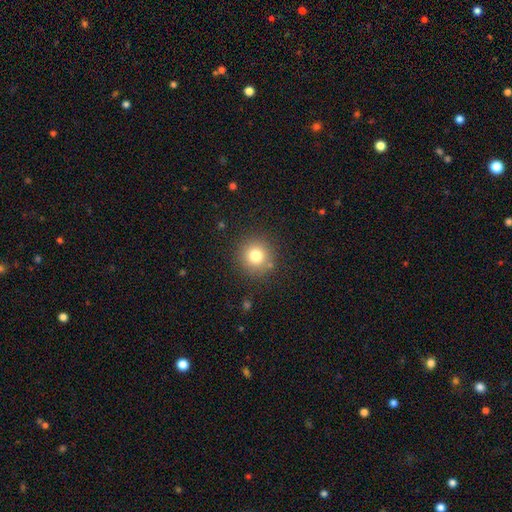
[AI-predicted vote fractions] Smooth or featured? smooth (78%)
How rounded? round (94%)
Merging? none (87%)